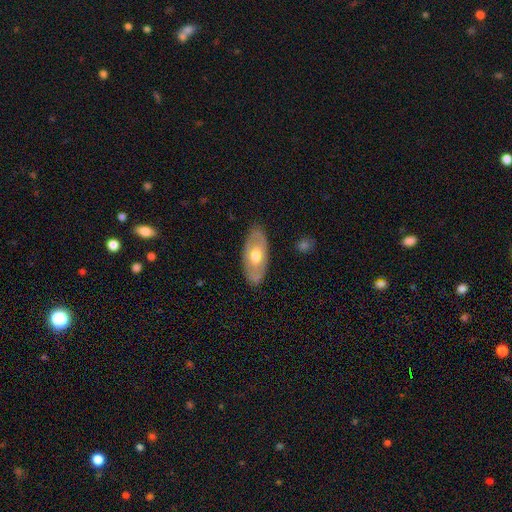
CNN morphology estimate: A smooth galaxy with no disk features (48%, tied with featured or disk).

Vote fractions:
- Smooth or featured? smooth: 48% (tied) / featured or disk: 48% (tied) / star or artifact: 5%
- Merging? none: 85% / minor disturbance: 11% / major disturbance: 3% / merger: 1%